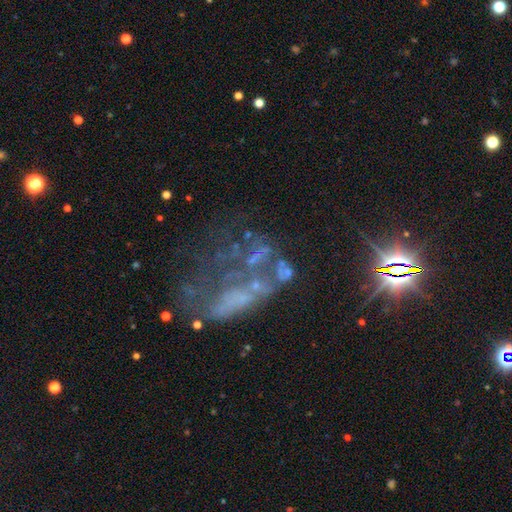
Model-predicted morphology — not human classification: A featured or disk galaxy (56%) with no bar (89%), no spiral arms (88%) and no central bulge (74%). Merging: major disturbance (39%).